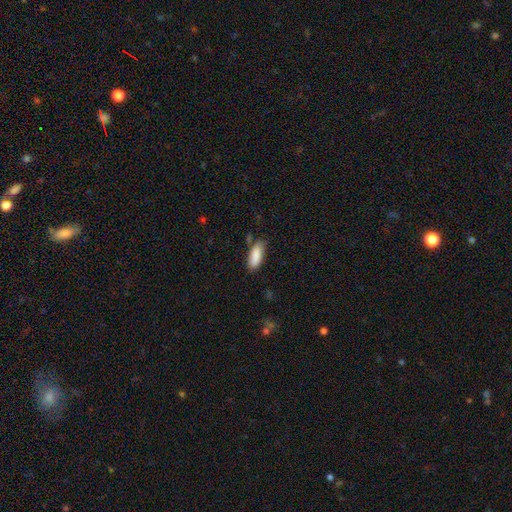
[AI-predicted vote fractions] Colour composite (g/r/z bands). It shows a smooth galaxy with no disk features (86%) that is in between round and cigar-shaped (76%). Merging: none (71%).